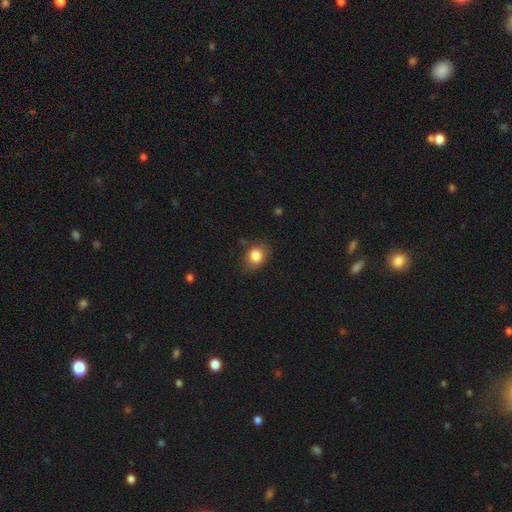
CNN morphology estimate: Q: Smooth or featured?
A: smooth (83%); runner-up: star or artifact (9%)
Q: How rounded?
A: round (50%); runner-up: in between (49%)
Q: Merging?
A: none (72%); runner-up: minor disturbance (21%)